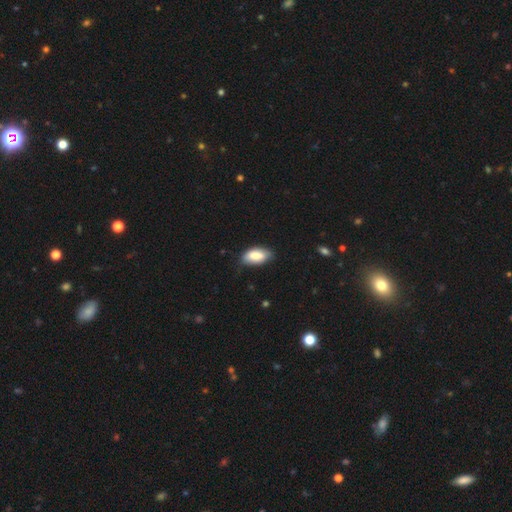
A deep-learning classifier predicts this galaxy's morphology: Smooth or featured?
  - smooth: 84% *
  - featured or disk: 10%
  - star or artifact: 6%
How rounded?
  - in between: 93% *
  - cigar-shaped: 4%
  - round: 3%
Merging?
  - none: 72% *
  - minor disturbance: 23%
  - major disturbance: 4%
  - merger: 1%